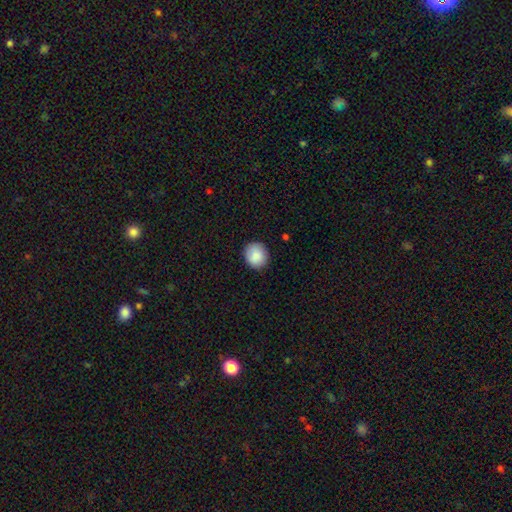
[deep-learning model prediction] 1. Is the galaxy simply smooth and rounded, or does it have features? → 87% smooth, 8% star or artifact, 5% featured or disk.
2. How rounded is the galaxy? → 82% round, 17% in between, 1% cigar-shaped.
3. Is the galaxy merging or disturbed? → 88% none, 9% minor disturbance, 2% major disturbance, 1% merger.